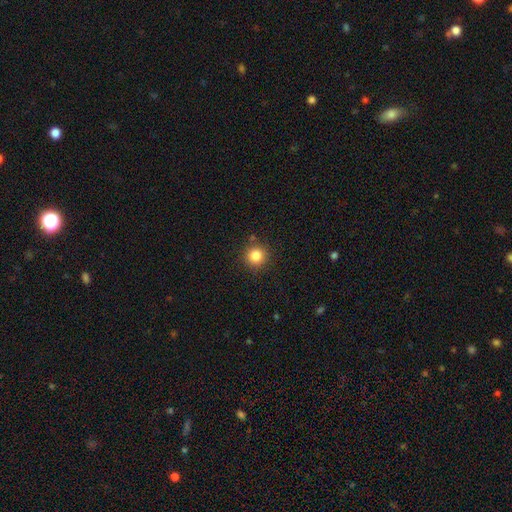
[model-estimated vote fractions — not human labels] This is clearly a smooth galaxy (84%). How rounded: clearly round (94%). Merging: clearly none (88%).